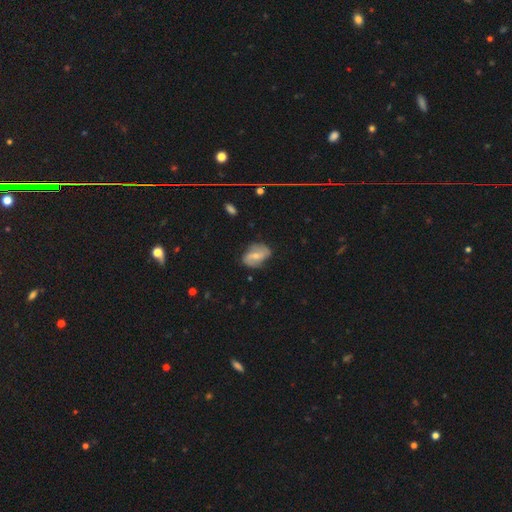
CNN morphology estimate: smooth_or_featured: featured or disk (p=0.60) [alt: smooth p=0.33]
disk_edge_on: no (p=0.96) [alt: yes p=0.04]
bar: weak (p=0.45) [alt: strong p=0.28]
has_spiral_arms: yes (p=0.81) [alt: no p=0.19]
bulge_size: small (p=0.52) [alt: moderate p=0.41]
merging: none (p=0.70) [alt: minor disturbance p=0.23]